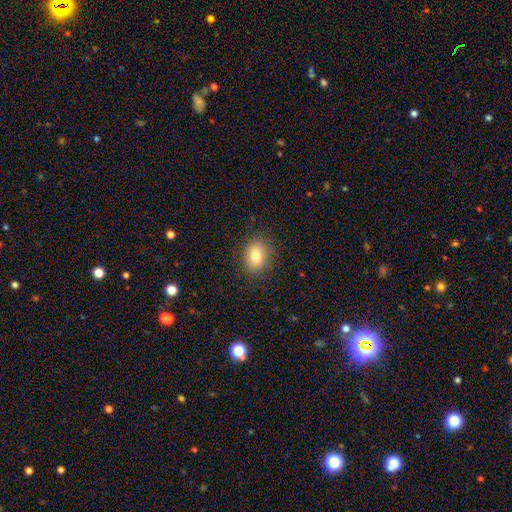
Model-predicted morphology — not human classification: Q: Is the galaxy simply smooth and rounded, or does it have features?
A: smooth — 80%.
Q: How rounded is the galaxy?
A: in between — 56%.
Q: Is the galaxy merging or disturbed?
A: none — 86%.